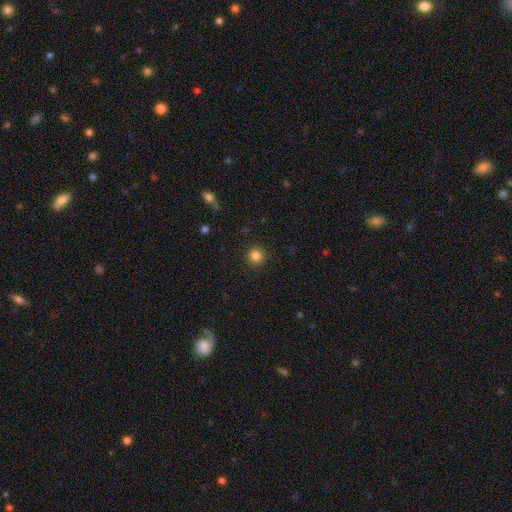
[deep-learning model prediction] Smooth or featured?
  - smooth: 84% *
  - star or artifact: 12%
  - featured or disk: 4%
How rounded?
  - round: 95% *
  - in between: 4%
  - cigar-shaped: 1%
Merging?
  - none: 92% *
  - minor disturbance: 5%
  - major disturbance: 2%
  - merger: 1%